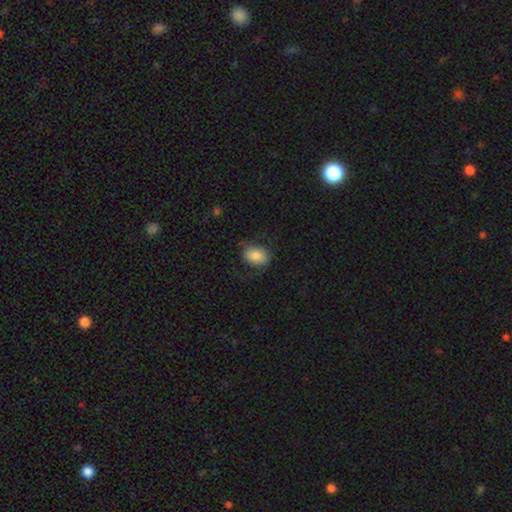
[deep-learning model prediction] Smooth or featured?
  - smooth: 80% *
  - featured or disk: 13%
  - star or artifact: 8%
How rounded?
  - in between: 70% *
  - round: 29%
  - cigar-shaped: 1%
Merging?
  - none: 66% *
  - minor disturbance: 21%
  - major disturbance: 11%
  - merger: 1%